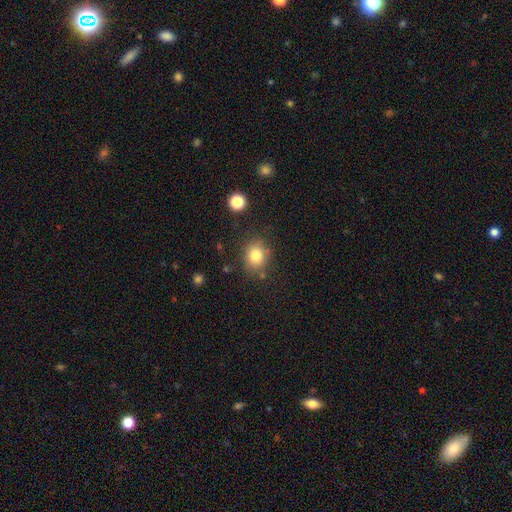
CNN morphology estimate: smooth_or_featured: smooth (p=0.81) [alt: star or artifact p=0.11]
how_rounded: round (p=0.65) [alt: in between p=0.34]
merging: none (p=0.79) [alt: minor disturbance p=0.13]